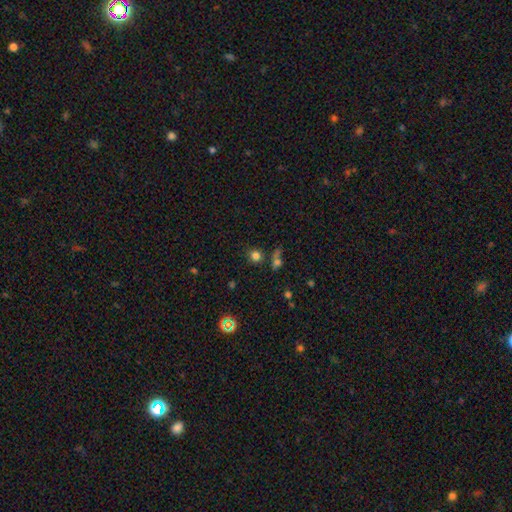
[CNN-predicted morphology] smooth_or_featured: smooth (p=0.76) [alt: star or artifact p=0.17]
how_rounded: round (p=0.88) [alt: in between p=0.11]
merging: none (p=0.71) [alt: merger p=0.14]